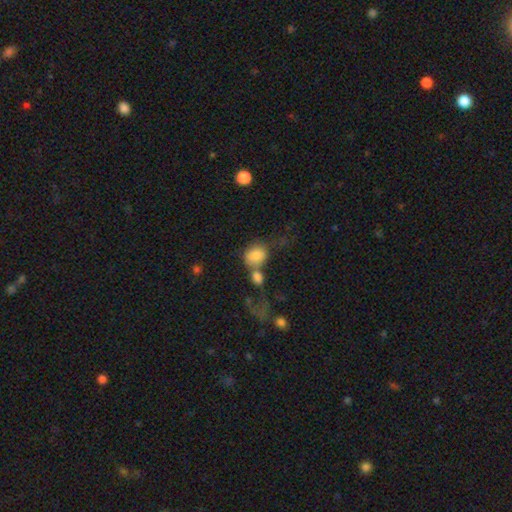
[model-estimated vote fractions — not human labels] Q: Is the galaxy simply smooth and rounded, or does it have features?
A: smooth — 79%.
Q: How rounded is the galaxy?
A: round — 55%.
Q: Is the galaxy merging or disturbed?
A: merger — 47%.